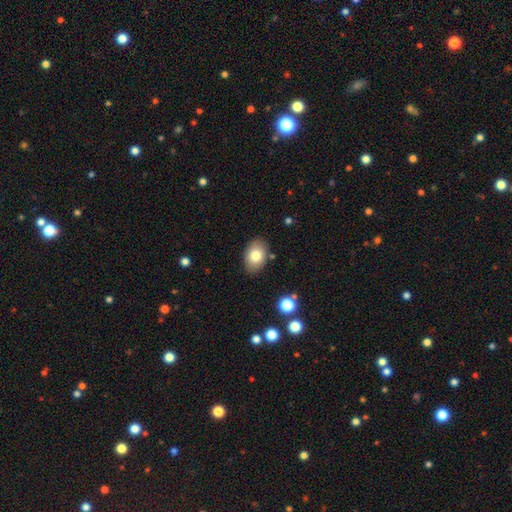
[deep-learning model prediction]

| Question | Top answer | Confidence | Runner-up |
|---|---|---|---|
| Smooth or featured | smooth | 79% | featured or disk (12%) |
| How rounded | in between | 84% | round (15%) |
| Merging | none | 84% | minor disturbance (11%) |